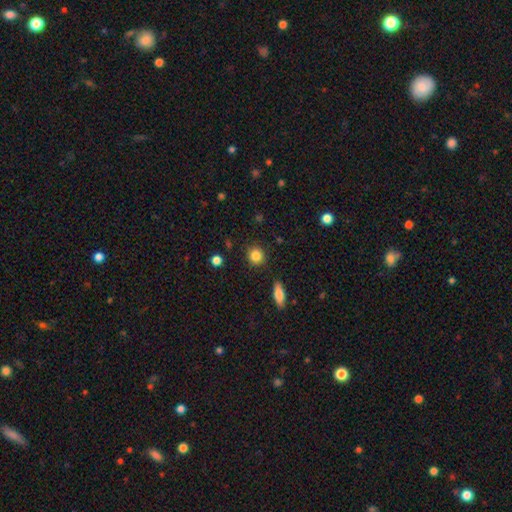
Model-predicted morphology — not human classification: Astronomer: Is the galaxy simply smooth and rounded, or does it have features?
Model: smooth — 85%.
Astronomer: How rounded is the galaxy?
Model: round — 87%.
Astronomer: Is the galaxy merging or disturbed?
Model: none — 89%.